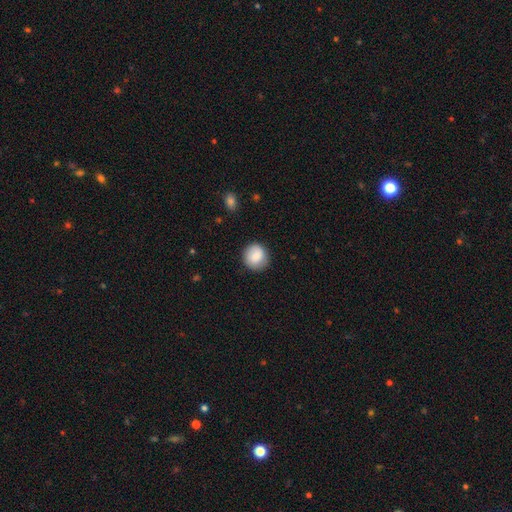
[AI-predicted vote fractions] Smooth or featured? smooth (86%)
How rounded? round (90%)
Merging? none (87%)